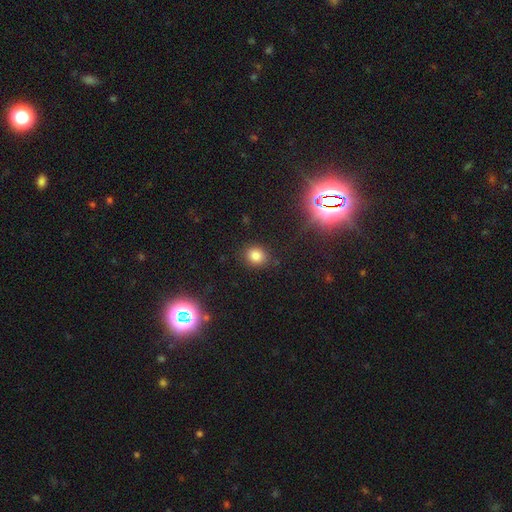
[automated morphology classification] smooth-or-featured: smooth: 79% | star or artifact: 15% | featured or disk: 6%
  how-rounded: round: 67% | in between: 31% | cigar-shaped: 1%
  merging: none: 84% | minor disturbance: 10% | major disturbance: 3% | merger: 2%